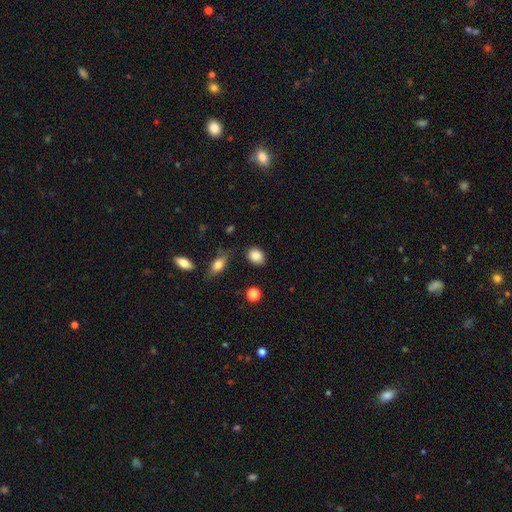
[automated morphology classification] A smooth galaxy with no disk features (87%) that is in between round and cigar-shaped (57%). Merging: none (77%).